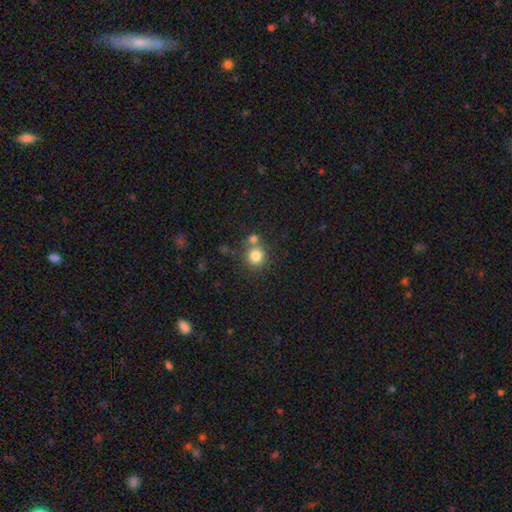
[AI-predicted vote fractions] smooth 82%, star or artifact 11%, featured or disk 7%. Down the decision tree: how rounded — round (91%); merging — none (62%).